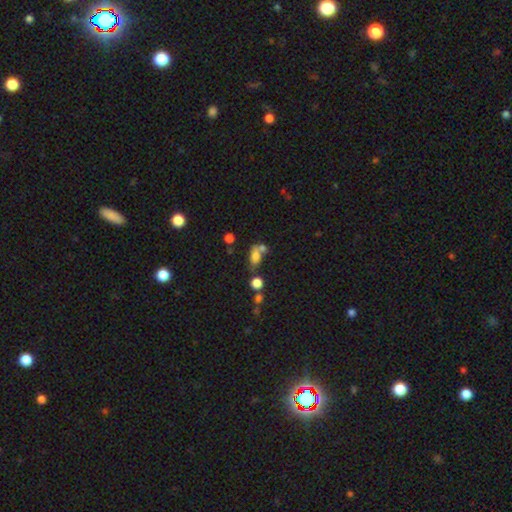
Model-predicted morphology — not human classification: type=smooth (72%); roundness=in between (80%); merging=none (43%).